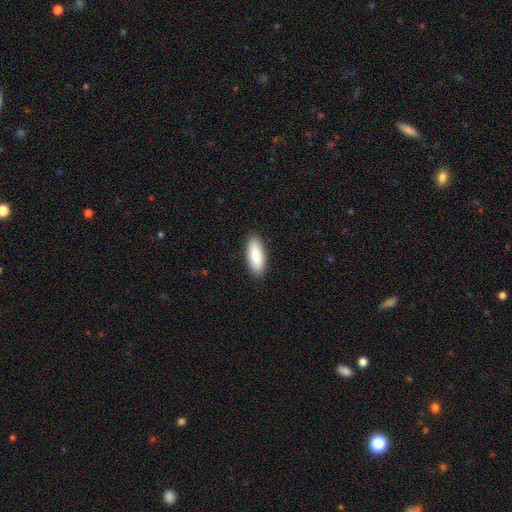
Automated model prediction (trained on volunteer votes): This appears to be a smooth galaxy with no disk features (86%) that is in between round and cigar-shaped (73%). Merging: none (90%).